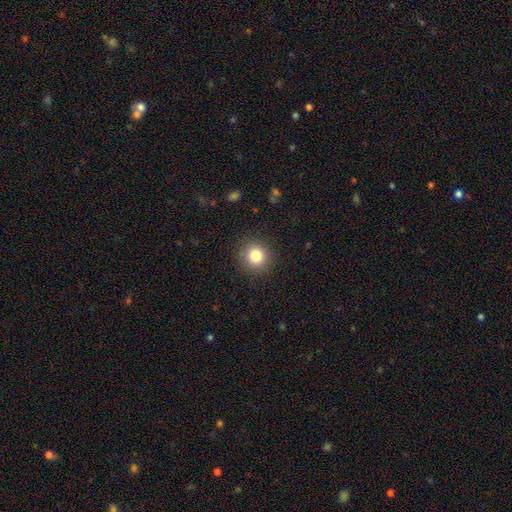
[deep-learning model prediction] Morphology: type=smooth (82%); roundness=round (92%); merging=none (90%).